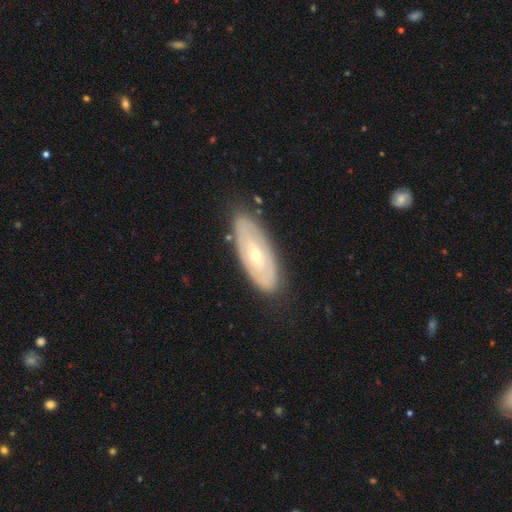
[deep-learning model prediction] smooth-or-featured: featured or disk: 64% | smooth: 30% | star or artifact: 6%
  disk-edge-on: no: 85% | yes: 15%
    bar: no: 64% | weak: 28% | strong: 8%
    has-spiral-arms: yes: 57% | no: 43%
    bulge-size: small: 66% | moderate: 31% | large: 1% | none: 1% | dominant: 1%
  merging: none: 80% | minor disturbance: 15% | major disturbance: 3% | merger: 2%